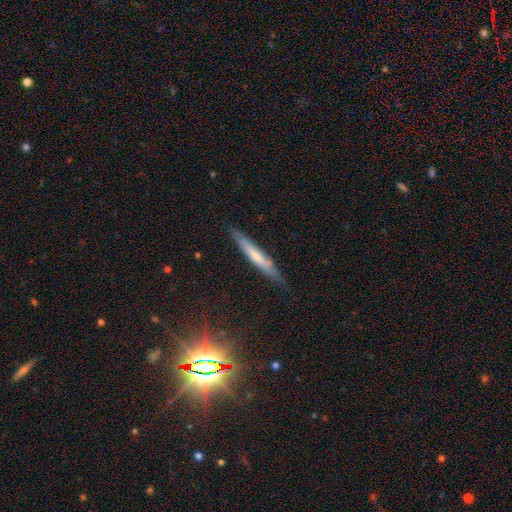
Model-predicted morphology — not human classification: This appears to be a smooth galaxy with no disk features (49%). Merging: none (84%).